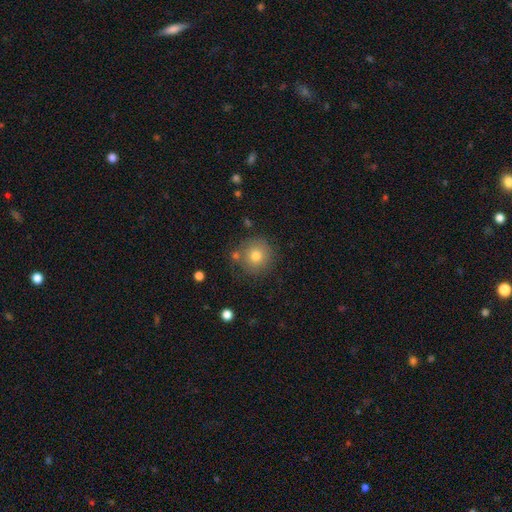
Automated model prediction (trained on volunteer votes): smooth-or-featured: smooth: 76% | featured or disk: 13% | star or artifact: 11%
  how-rounded: round: 93% | in between: 6% | cigar-shaped: 1%
  merging: none: 77% | minor disturbance: 12% | merger: 7% | major disturbance: 4%